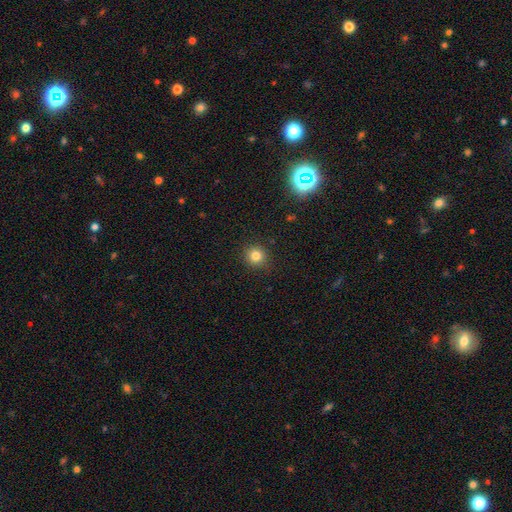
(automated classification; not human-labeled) A smooth galaxy with no disk features (81%) that is round (93%). Merging: none (90%).